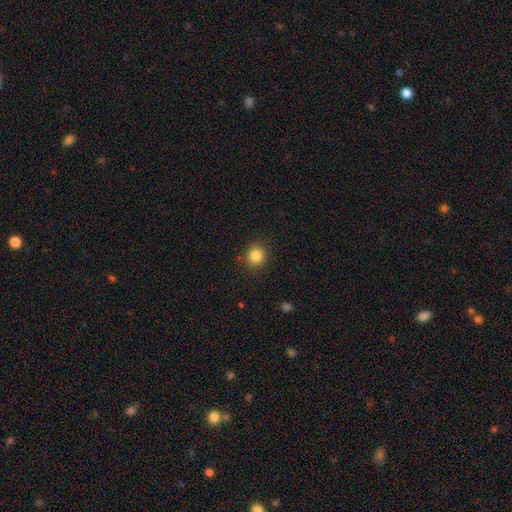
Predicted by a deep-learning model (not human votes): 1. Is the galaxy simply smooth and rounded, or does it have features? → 85% smooth, 11% star or artifact, 5% featured or disk.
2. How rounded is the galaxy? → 87% round, 12% in between, 1% cigar-shaped.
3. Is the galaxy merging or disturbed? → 88% none, 8% minor disturbance, 3% major disturbance, 1% merger.